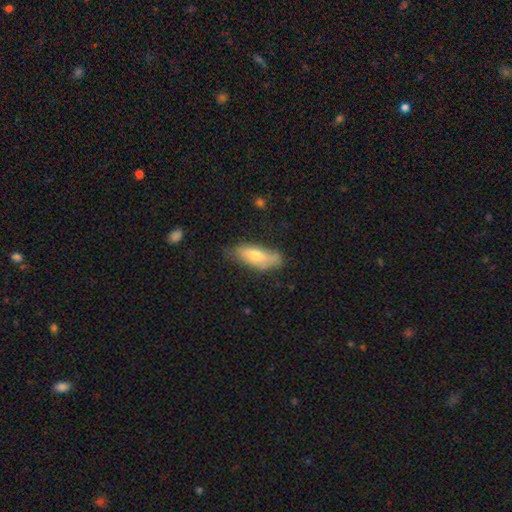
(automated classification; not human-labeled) smooth 66%, featured or disk 27%, star or artifact 6%. Down the decision tree: how rounded — in between (64%); merging — none (63%).